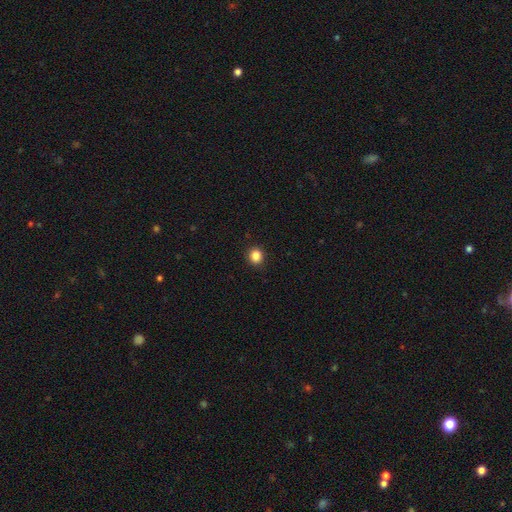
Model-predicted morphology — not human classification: The model was most divided on "how rounded": round: 79%, in between: 20%, cigar-shaped: 1%. More confident: merging — none (92%); smooth or featured — smooth (85%).